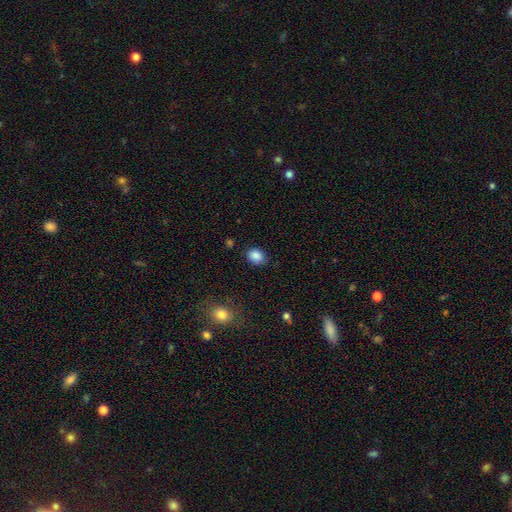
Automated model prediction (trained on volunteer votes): Smooth or featured? Predicted: smooth (p=0.87). How rounded? Predicted: in between (p=0.61). Merging? Predicted: none (p=0.83).